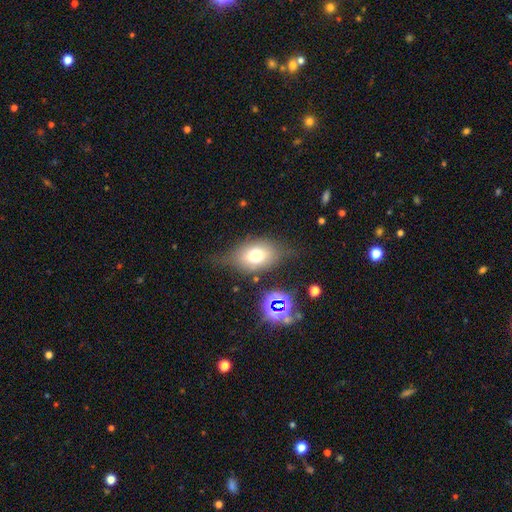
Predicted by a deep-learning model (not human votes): smooth_or_featured: smooth (p=0.64) [alt: featured or disk p=0.22]
how_rounded: in between (p=0.76) [alt: round p=0.21]
merging: none (p=0.62) [alt: minor disturbance p=0.24]